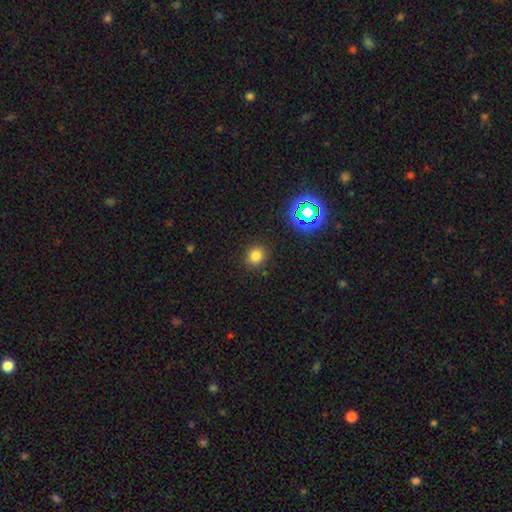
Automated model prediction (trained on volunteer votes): Smooth or featured? smooth (77%)
How rounded? round (81%)
Merging? none (89%)